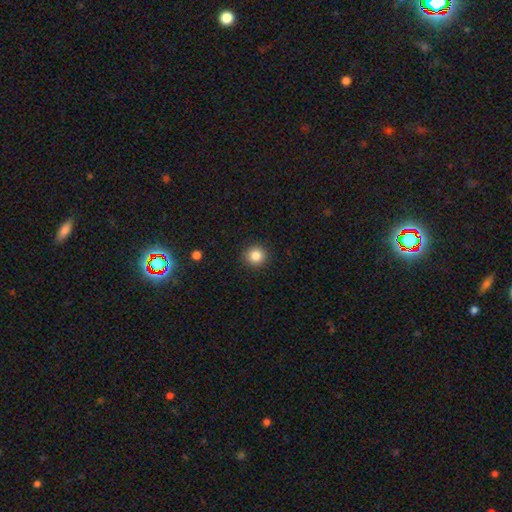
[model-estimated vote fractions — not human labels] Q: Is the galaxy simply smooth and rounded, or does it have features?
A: smooth — 84%.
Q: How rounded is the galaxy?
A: round — 94%.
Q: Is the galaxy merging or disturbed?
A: none — 92%.